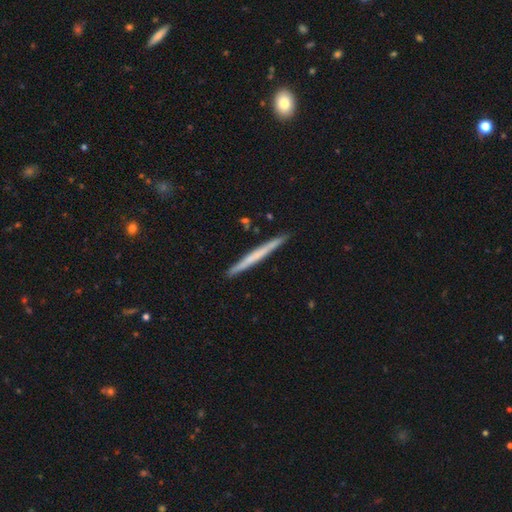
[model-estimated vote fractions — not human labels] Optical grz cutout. It shows a smooth galaxy with no disk features (50%) that is cigar-shaped (97%). Merging: none (91%).